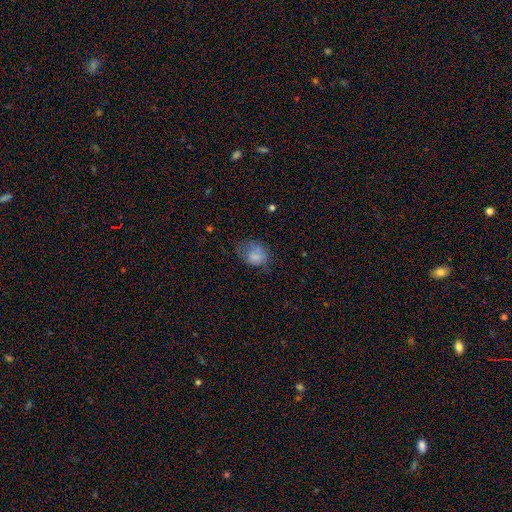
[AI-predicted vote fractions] smooth 71%, featured or disk 17%, star or artifact 12%. Down the decision tree: how rounded — in between (55%); merging — none (43%).